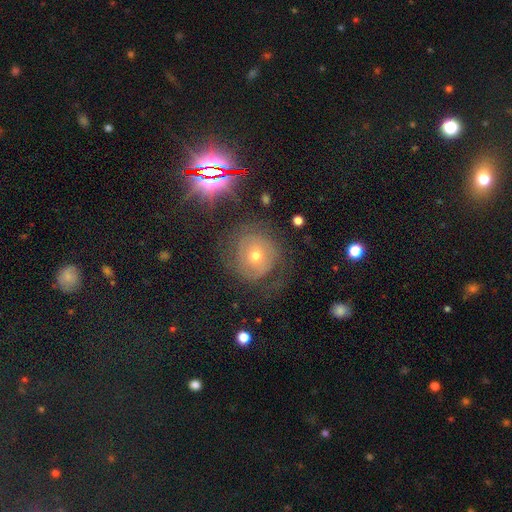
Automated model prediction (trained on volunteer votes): Smooth or featured?
  - featured or disk: 59% *
  - smooth: 26%
  - star or artifact: 15%
Edge-on disk?
  - no: 96% *
  - yes: 4%
Bar?
  - no: 73% *
  - weak: 21%
  - strong: 7%
Spiral arms?
  - yes: 79% *
  - no: 21%
Bulge size?
  - moderate: 54% *
  - small: 42%
  - large: 3%
  - dominant: 1%
  - none: 1%
Merging?
  - none: 61% *
  - minor disturbance: 19%
  - major disturbance: 18%
  - merger: 2%